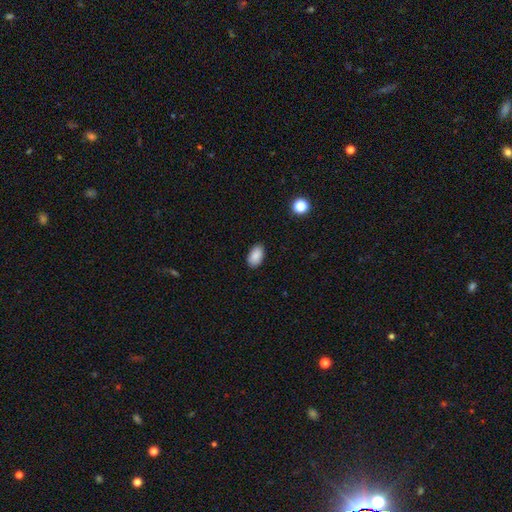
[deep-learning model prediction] Smooth or featured? Predicted: smooth (p=0.88). How rounded? Predicted: in between (p=0.93). Merging? Predicted: none (p=0.88).